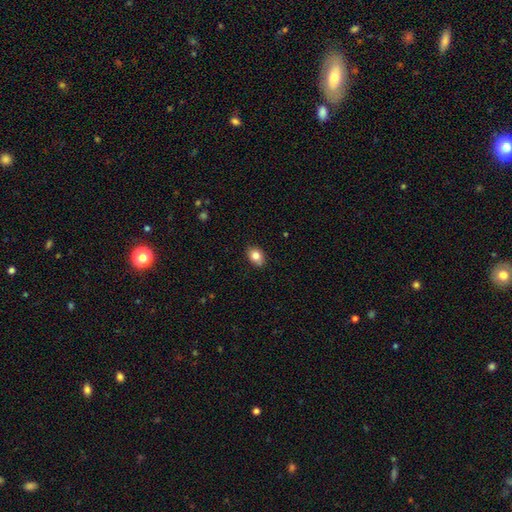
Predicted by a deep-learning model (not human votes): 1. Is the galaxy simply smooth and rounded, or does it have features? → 83% smooth, 9% star or artifact, 8% featured or disk.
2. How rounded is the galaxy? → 72% in between, 27% round, 1% cigar-shaped.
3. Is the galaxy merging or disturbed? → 84% none, 13% minor disturbance, 2% major disturbance, 1% merger.